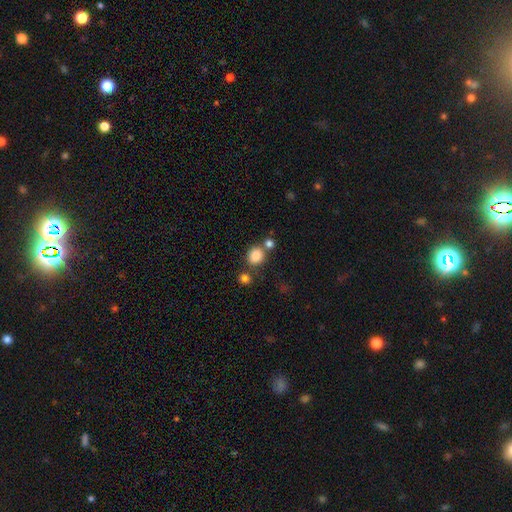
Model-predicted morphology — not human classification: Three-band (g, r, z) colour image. It shows a smooth galaxy with no disk features (82%) that is round (81%). Merging: none (68%).